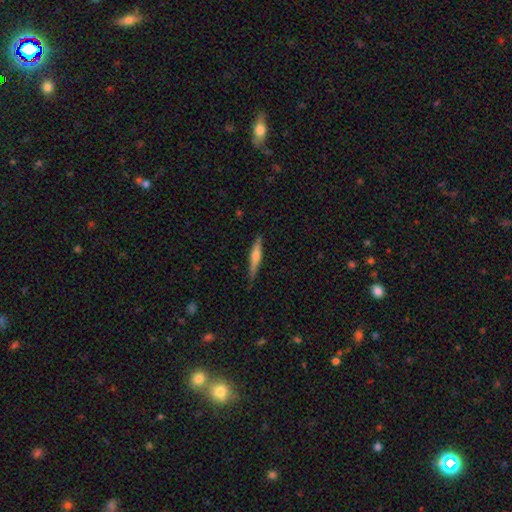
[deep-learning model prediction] This is possibly a featured or disk galaxy (48%). Merging: clearly none (83%).